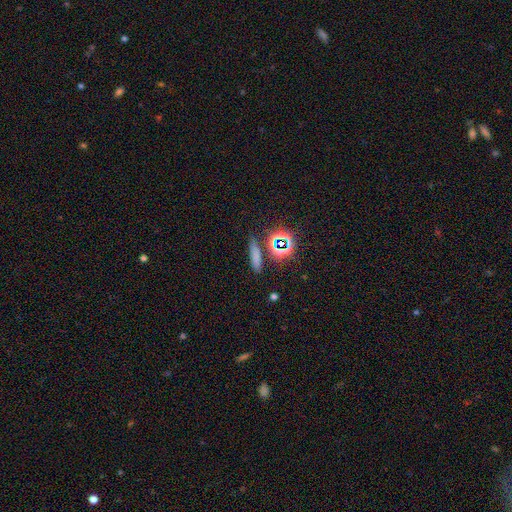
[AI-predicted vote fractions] Overall: smooth (66%). How rounded: cigar-shaped (71%). Merging: none (80%).